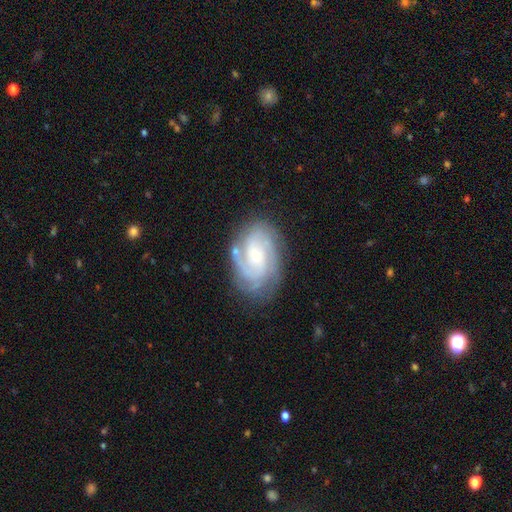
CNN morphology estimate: type=featured or disk (86%); edge-on=no (97%); bar=no (54%); spiral arms=yes (97%); winding=tight (61%); arm count=3 (33%); bulge=small (68%); merging=none (75%).